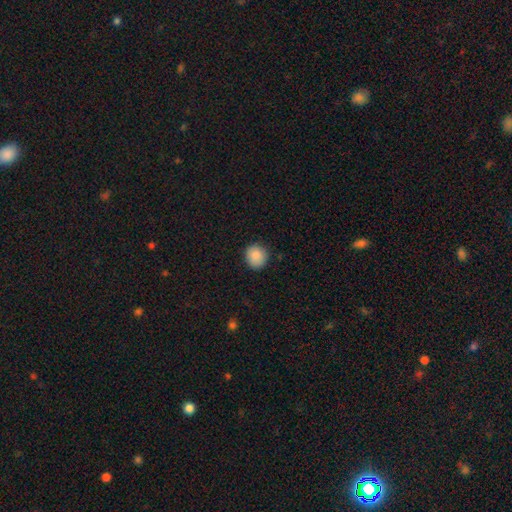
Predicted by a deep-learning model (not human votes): Morphology: type=smooth (88%); roundness=round (87%); merging=none (87%).